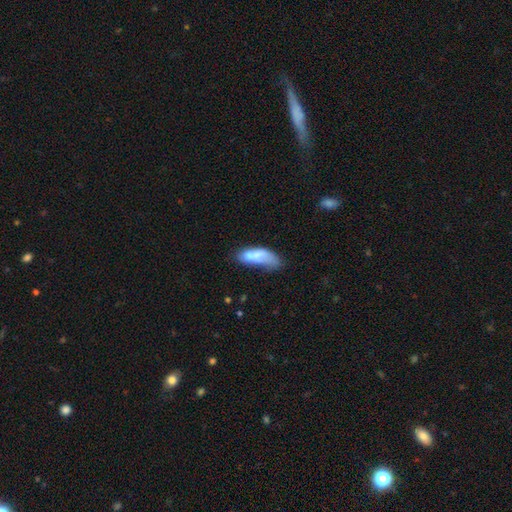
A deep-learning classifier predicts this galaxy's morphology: type=smooth (68%); roundness=in between (73%); merging=none (33%).